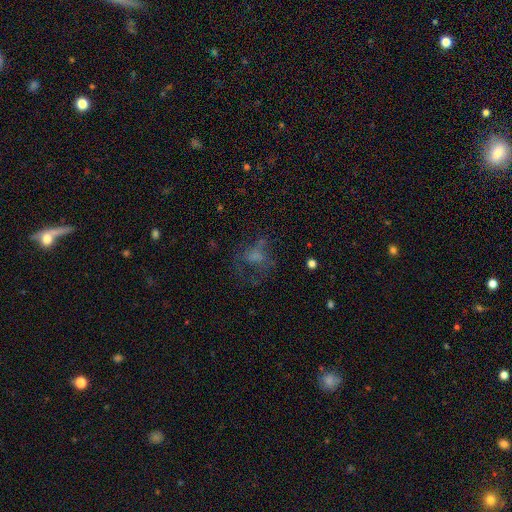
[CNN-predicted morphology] type=smooth (46%); merging=major disturbance (41%).